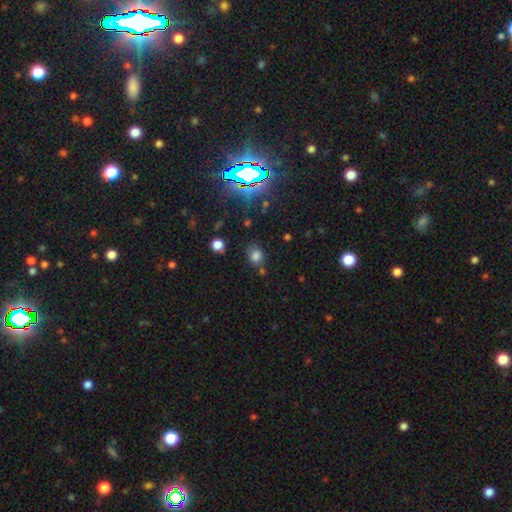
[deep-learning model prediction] This appears to be a smooth galaxy with no disk features (73%) that is round (62%). Merging: none (68%).